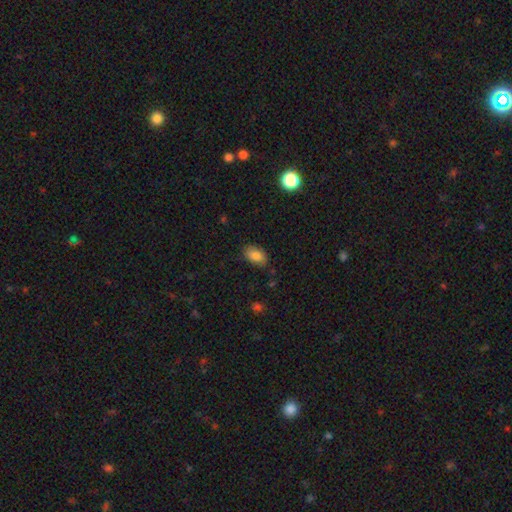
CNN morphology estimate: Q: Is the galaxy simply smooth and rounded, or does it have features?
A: smooth — 85%.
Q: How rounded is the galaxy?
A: in between — 91%.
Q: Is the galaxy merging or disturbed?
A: none — 79%.